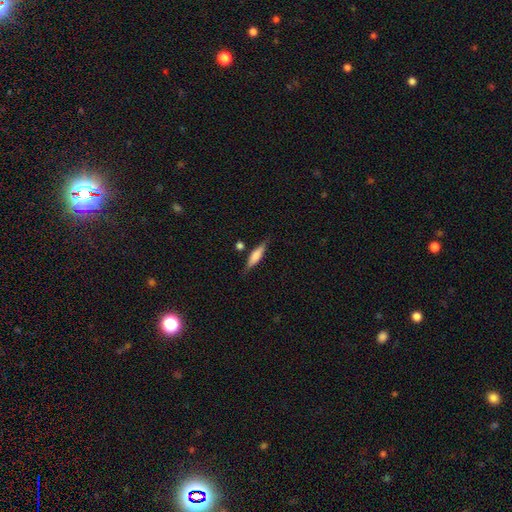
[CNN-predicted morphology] Smooth or featured? Predicted: smooth (p=0.67). How rounded? Predicted: cigar-shaped (p=0.71). Merging? Predicted: none (p=0.78).